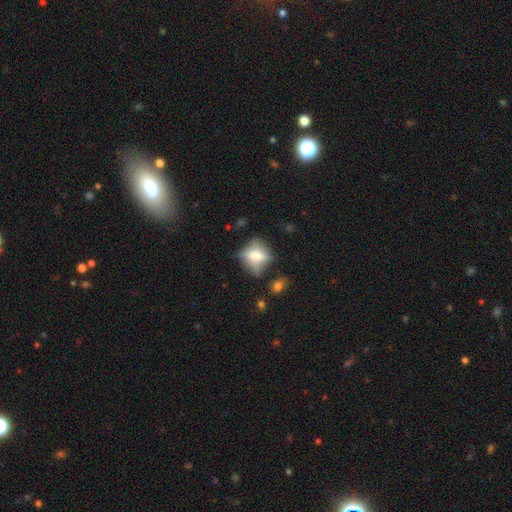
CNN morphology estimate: A smooth galaxy with no disk features (55%) that is in between round and cigar-shaped (48%).

Vote fractions:
- Smooth or featured? smooth: 55% / featured or disk: 34% / star or artifact: 12%
- How rounded? in between: 48% / round: 46% / cigar-shaped: 5%
- Merging? none: 54% / minor disturbance: 25% / major disturbance: 16% / merger: 6%